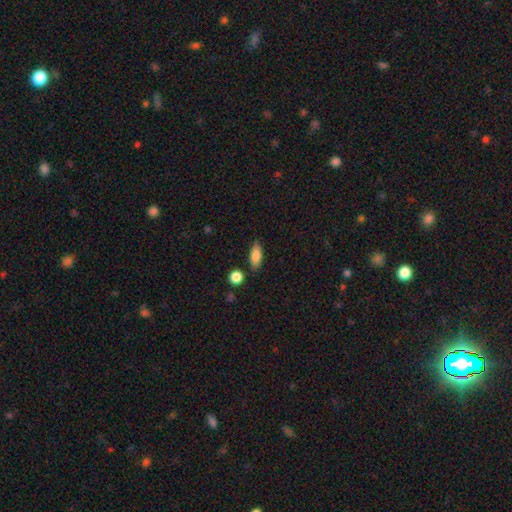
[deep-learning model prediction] Smooth or featured? smooth (82%)
How rounded? in between (77%)
Merging? none (81%)